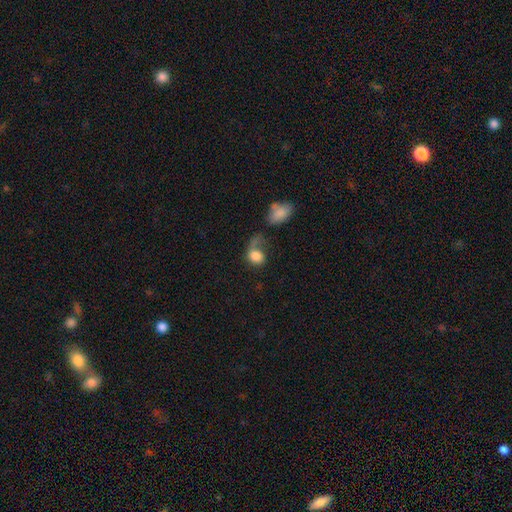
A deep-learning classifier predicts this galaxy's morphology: Smooth or featured? Predicted: smooth (p=0.77). How rounded? Predicted: in between (p=0.53). Merging? Predicted: major disturbance (p=0.32).